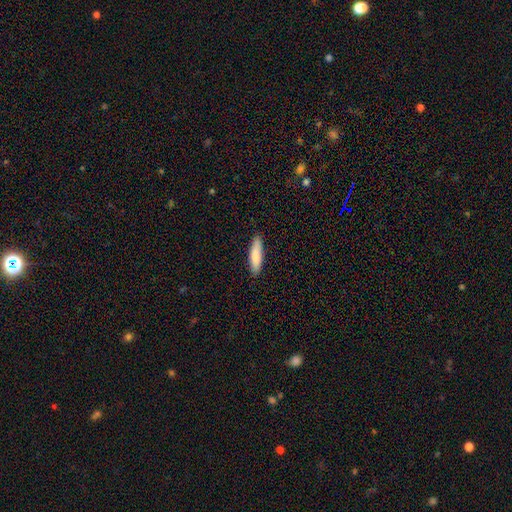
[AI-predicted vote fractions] This is clearly a smooth galaxy (85%). How rounded: likely cigar-shaped (69%). Merging: clearly none (88%).